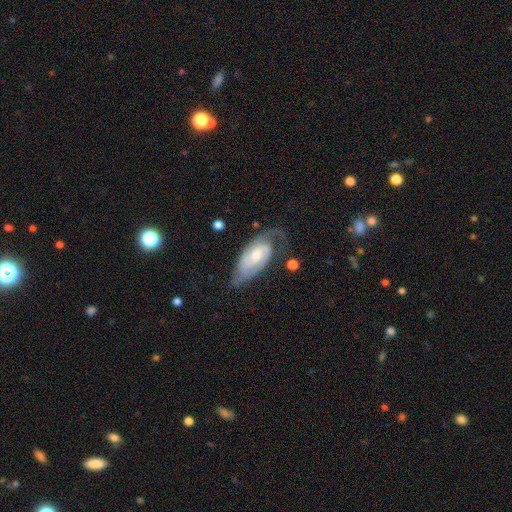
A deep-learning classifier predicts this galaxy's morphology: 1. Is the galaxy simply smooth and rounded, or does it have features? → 76% featured or disk, 19% smooth, 5% star or artifact.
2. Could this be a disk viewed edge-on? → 93% no, 7% yes.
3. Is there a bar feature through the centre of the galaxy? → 54% no, 39% weak, 7% strong.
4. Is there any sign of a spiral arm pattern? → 93% yes, 7% no.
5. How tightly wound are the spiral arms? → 48% tight, 39% medium, 13% loose.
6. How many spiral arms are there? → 60% 2, 19% can't tell, 14% 1, 4% 3, 1% 4, 1% more than 4.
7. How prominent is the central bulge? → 49% moderate, 36% small, 8% large, 6% none, 1% dominant.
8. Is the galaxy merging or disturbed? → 55% none, 27% minor disturbance, 16% major disturbance, 2% merger.